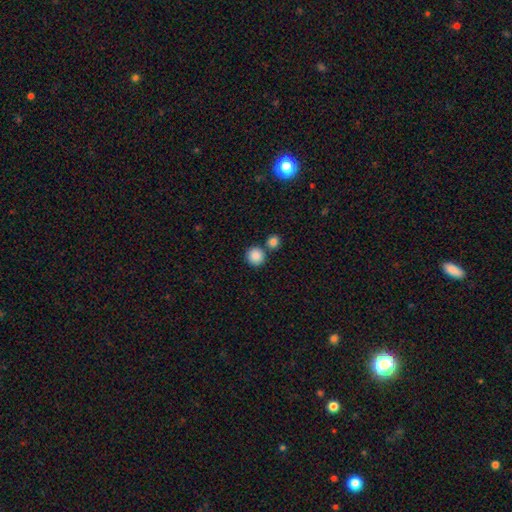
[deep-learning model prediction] A smooth galaxy with no disk features (88%) that is round (93%).

Vote fractions:
- Smooth or featured? smooth: 88% / star or artifact: 9% / featured or disk: 3%
- How rounded? round: 93% / in between: 6% / cigar-shaped: 1%
- Merging? none: 75% / merger: 15% / minor disturbance: 7% / major disturbance: 2%